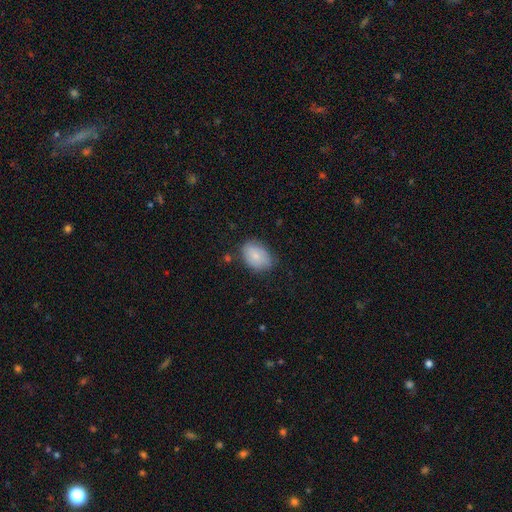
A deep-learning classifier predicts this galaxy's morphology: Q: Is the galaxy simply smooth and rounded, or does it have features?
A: smooth — 77%.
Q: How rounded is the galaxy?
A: in between — 80%.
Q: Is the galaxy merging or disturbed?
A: none — 69%.